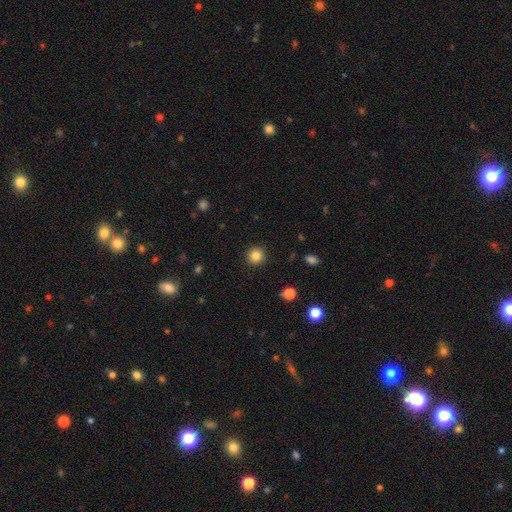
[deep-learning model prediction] Morphology: type=smooth (85%); roundness=round (94%); merging=none (92%).